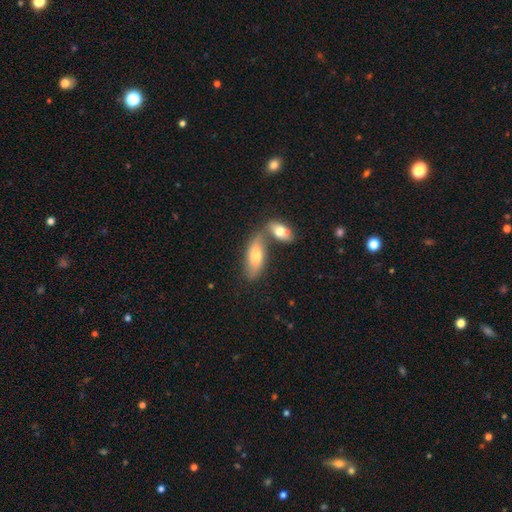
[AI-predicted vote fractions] Smooth or featured: smooth — 65% (featured or disk — 29%)
How rounded: in between — 81% (cigar-shaped — 16%)
Merging: merger — 46% (none — 39%)